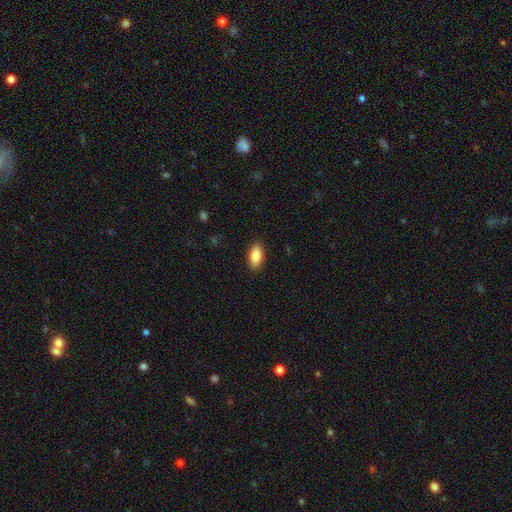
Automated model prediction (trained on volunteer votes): Smooth or featured?
  - smooth: 87% *
  - featured or disk: 7%
  - star or artifact: 7%
How rounded?
  - in between: 91% *
  - cigar-shaped: 6%
  - round: 3%
Merging?
  - none: 89% *
  - minor disturbance: 8%
  - major disturbance: 2%
  - merger: 1%